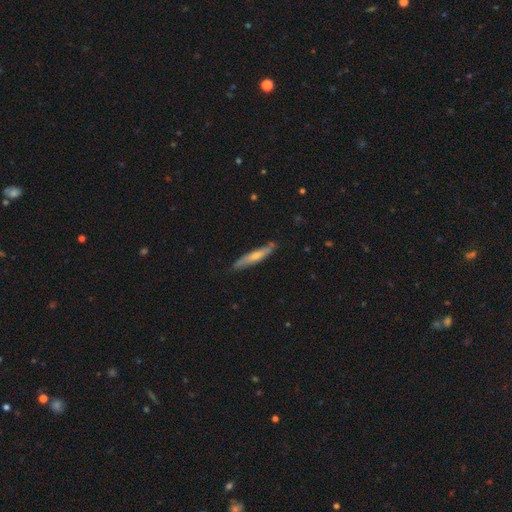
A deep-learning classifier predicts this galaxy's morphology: A featured or disk galaxy (49%).

Vote fractions:
- Smooth or featured? featured or disk: 49% / smooth: 45% / star or artifact: 6%
- Merging? none: 81% / minor disturbance: 15% / major disturbance: 2% / merger: 2%